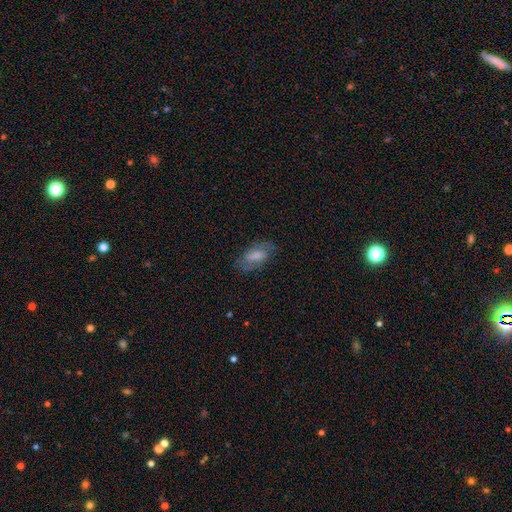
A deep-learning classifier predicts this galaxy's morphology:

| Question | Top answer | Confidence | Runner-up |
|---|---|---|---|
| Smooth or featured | smooth | 48% | featured or disk (44%) |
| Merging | none | 72% | minor disturbance (19%) |